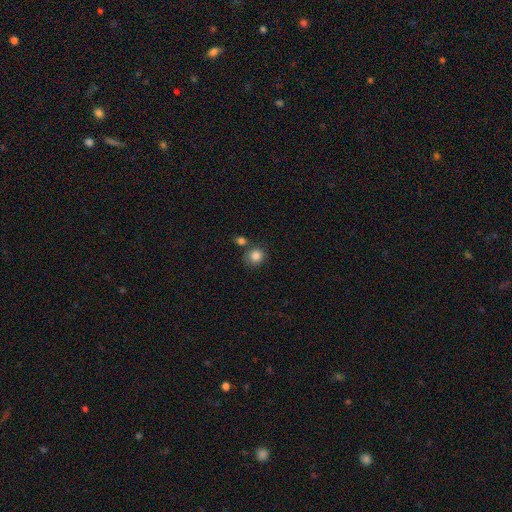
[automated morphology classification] smooth 85%, star or artifact 9%, featured or disk 6%. Down the decision tree: how rounded — round (77%); merging — none (67%).